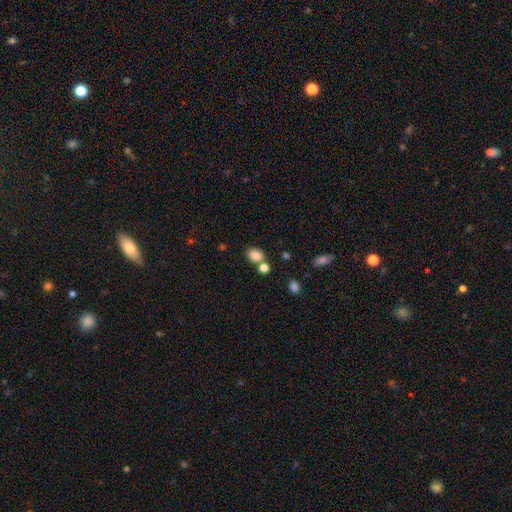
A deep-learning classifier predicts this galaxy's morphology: This is clearly a smooth galaxy (84%). How rounded: likely in between (61%). Merging: possibly none (60%).